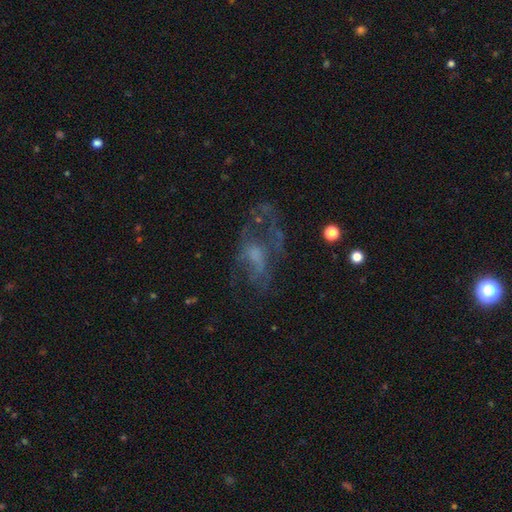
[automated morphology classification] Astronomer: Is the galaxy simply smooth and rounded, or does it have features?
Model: featured or disk — 60%.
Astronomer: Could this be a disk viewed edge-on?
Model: no — 94%.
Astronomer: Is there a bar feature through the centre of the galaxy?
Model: no — 73%.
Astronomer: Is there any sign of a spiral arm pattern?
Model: no — 62% (runner-up: yes, 38%).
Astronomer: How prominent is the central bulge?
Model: none — 33% (runner-up: small, 30%).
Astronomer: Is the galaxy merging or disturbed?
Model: none — 43% (runner-up: major disturbance, 36%).